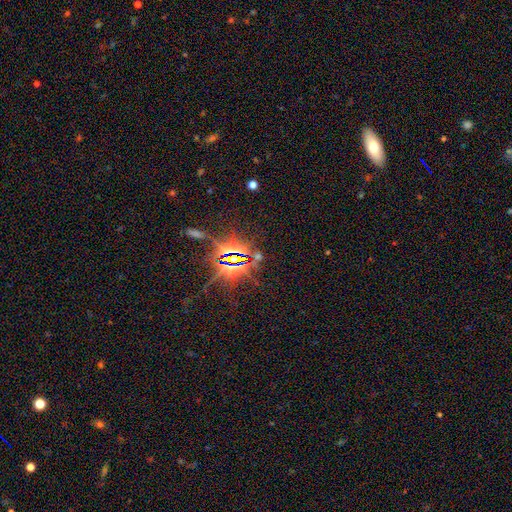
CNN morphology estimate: The model was most divided on "smooth or featured": star or artifact: 83%, featured or disk: 9%, smooth: 8%.